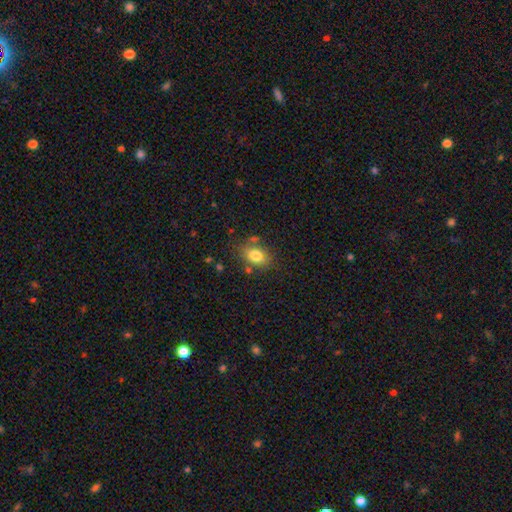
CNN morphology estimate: A smooth galaxy with no disk features (80%) that is in between round and cigar-shaped (77%). Merging: none (74%).